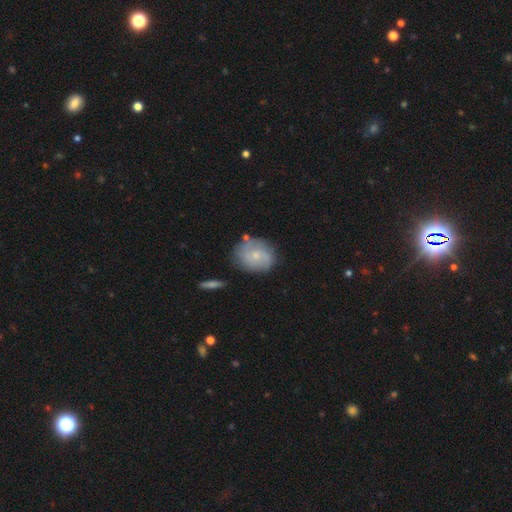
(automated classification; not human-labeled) Morphology: type=featured or disk (53%); edge-on=no (97%); bar=no (72%); spiral arms=yes (81%); bulge=small (62%); merging=none (72%).